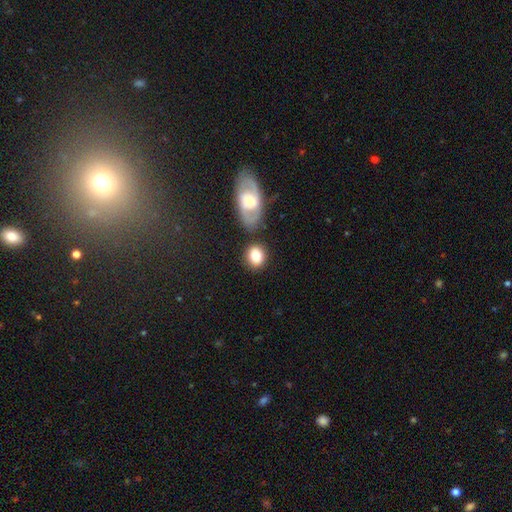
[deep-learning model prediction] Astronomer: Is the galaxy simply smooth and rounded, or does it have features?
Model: smooth — 81%.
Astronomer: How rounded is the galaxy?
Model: round — 66%.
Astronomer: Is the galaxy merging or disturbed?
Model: none — 70%.